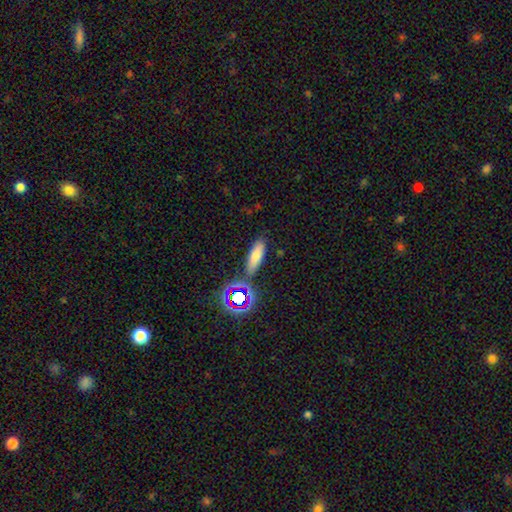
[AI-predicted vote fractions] Q: Smooth or featured?
A: smooth (73%); runner-up: star or artifact (16%)
Q: How rounded?
A: in between (50%); runner-up: cigar-shaped (45%)
Q: Merging?
A: none (79%); runner-up: minor disturbance (11%)